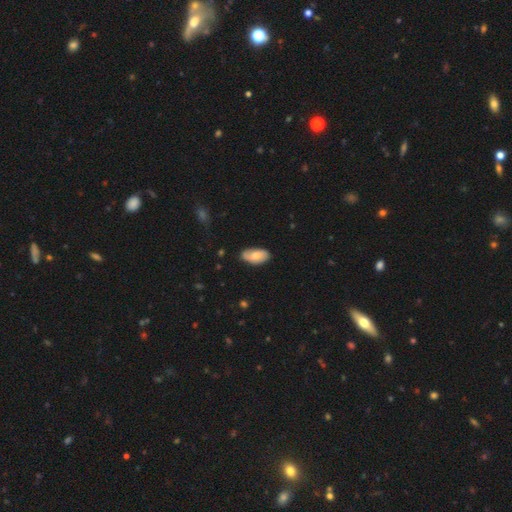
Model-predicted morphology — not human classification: smooth-or-featured: smooth: 63% | featured or disk: 31% | star or artifact: 6%
  how-rounded: in between: 94% | round: 3% | cigar-shaped: 3%
  merging: none: 76% | minor disturbance: 19% | major disturbance: 3% | merger: 1%